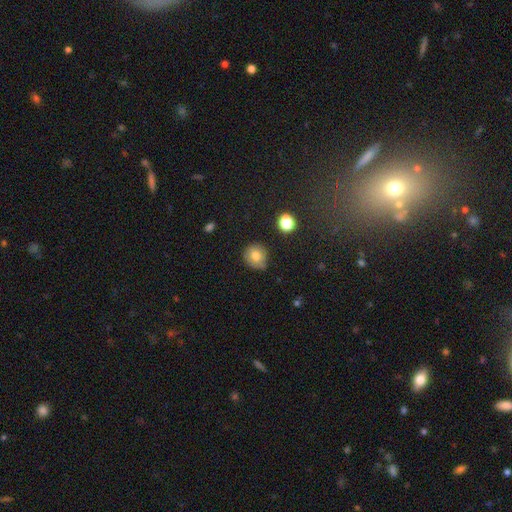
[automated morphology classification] type=smooth (77%); roundness=round (86%); merging=none (72%).